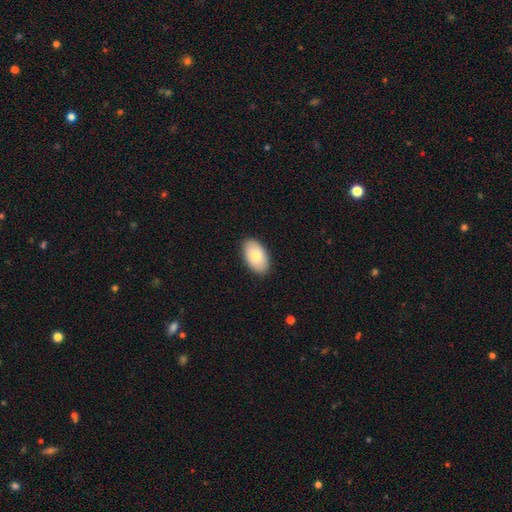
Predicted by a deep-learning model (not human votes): This appears to be a smooth galaxy with no disk features (78%) that is in between round and cigar-shaped (95%). Merging: none (89%).